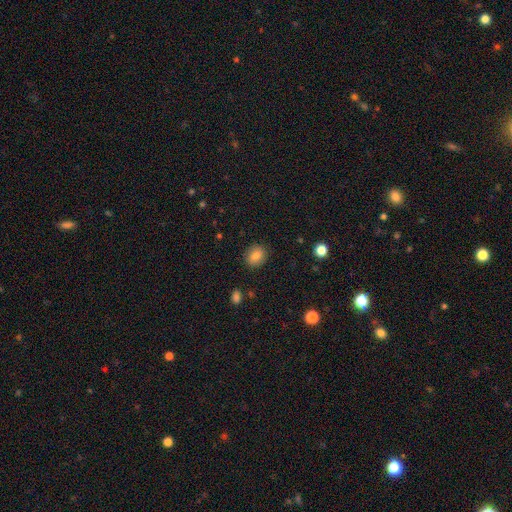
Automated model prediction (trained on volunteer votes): Smooth or featured: smooth — 84% (star or artifact — 9%)
How rounded: round — 58% (in between — 41%)
Merging: none — 87% (minor disturbance — 9%)